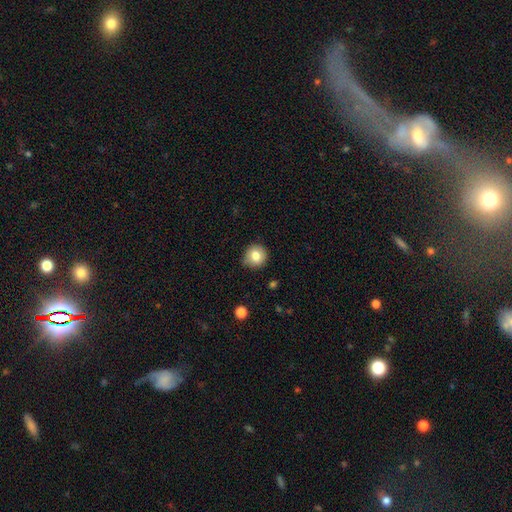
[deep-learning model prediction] This appears to be a smooth galaxy with no disk features (82%) that is round (91%). Merging: none (80%).